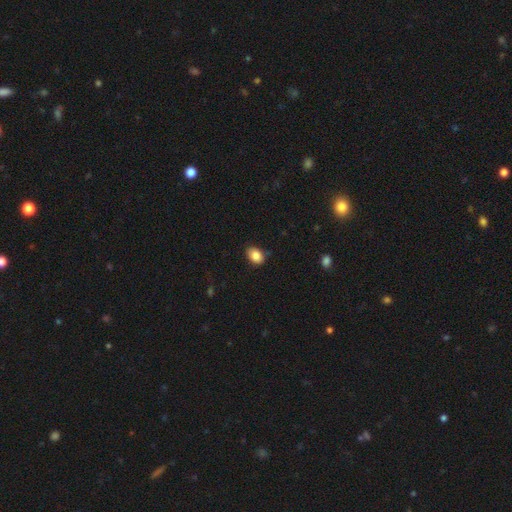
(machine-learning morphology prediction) Overall: smooth (87%). How rounded: in between (78%). Merging: none (81%).